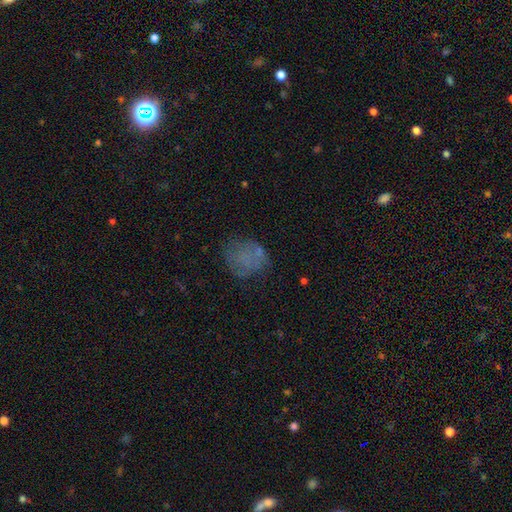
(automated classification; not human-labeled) A smooth galaxy with no disk features (55%) that is round (62%). Merging: none (54%).